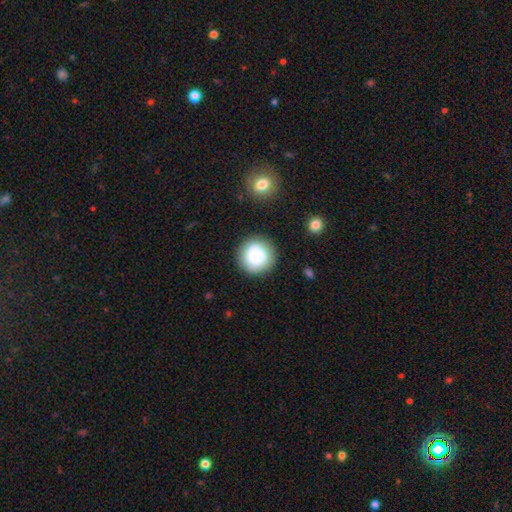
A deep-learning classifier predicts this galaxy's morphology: Smooth or featured?
  - smooth: 78% *
  - featured or disk: 14%
  - star or artifact: 8%
How rounded?
  - round: 95% *
  - in between: 4%
  - cigar-shaped: 1%
Merging?
  - none: 86% *
  - minor disturbance: 9%
  - major disturbance: 3%
  - merger: 2%